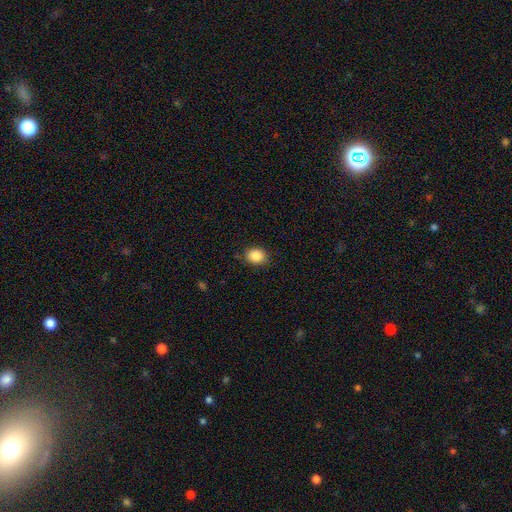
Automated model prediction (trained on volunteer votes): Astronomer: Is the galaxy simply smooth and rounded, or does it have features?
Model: smooth — 88%.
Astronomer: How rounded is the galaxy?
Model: round — 50% (runner-up: in between, 49%).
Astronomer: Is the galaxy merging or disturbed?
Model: none — 86%.